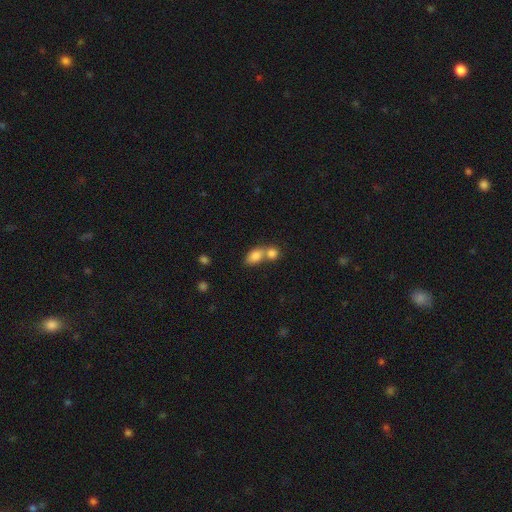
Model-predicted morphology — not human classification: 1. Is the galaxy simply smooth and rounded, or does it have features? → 82% smooth, 9% featured or disk, 9% star or artifact.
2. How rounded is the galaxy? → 79% in between, 19% round, 2% cigar-shaped.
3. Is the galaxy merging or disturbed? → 58% merger, 31% none, 7% minor disturbance, 3% major disturbance.